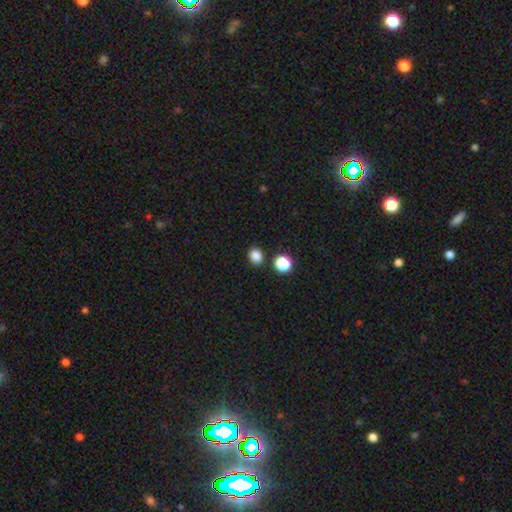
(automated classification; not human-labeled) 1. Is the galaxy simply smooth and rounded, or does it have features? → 84% smooth, 13% star or artifact, 3% featured or disk.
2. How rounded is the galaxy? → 64% round, 35% in between, 1% cigar-shaped.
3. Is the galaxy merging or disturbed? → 85% none, 8% minor disturbance, 5% merger, 2% major disturbance.